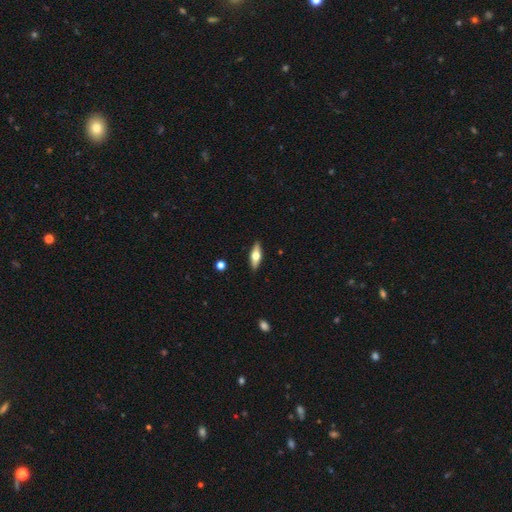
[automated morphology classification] Smooth or featured: featured or disk — 47% (tied with smooth — 47%)
Merging: none — 89% (minor disturbance — 8%)